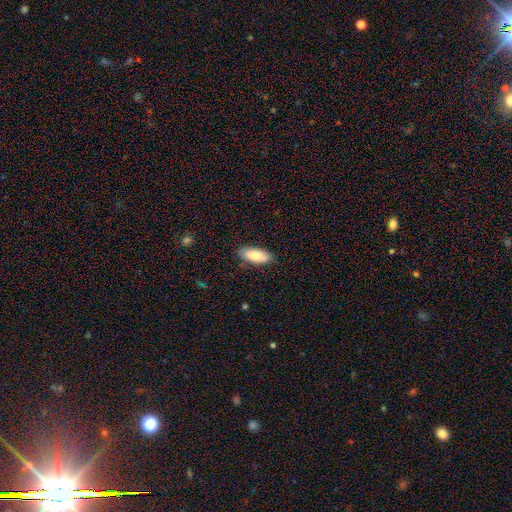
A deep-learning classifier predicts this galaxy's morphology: smooth 82%, featured or disk 13%, star or artifact 6%. Down the decision tree: how rounded — in between (82%); merging — none (87%).